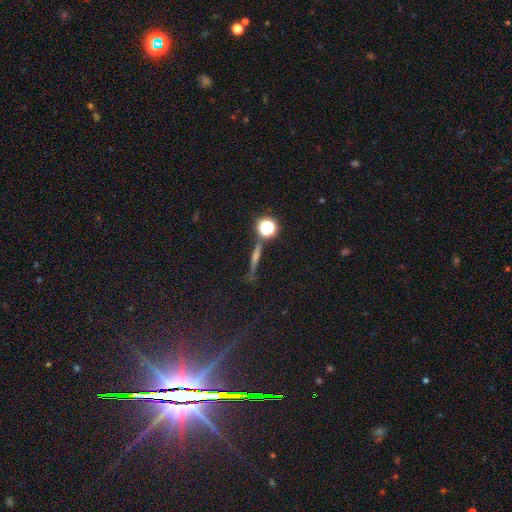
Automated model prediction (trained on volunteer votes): Smooth or featured?
  - star or artifact: 56% *
  - featured or disk: 24%
  - smooth: 21%